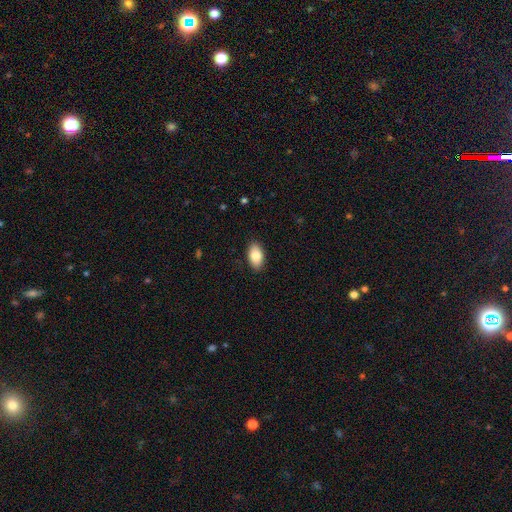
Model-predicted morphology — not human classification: Smooth or featured: smooth — 84% (featured or disk — 9%)
How rounded: in between — 94% (round — 4%)
Merging: none — 89% (minor disturbance — 8%)